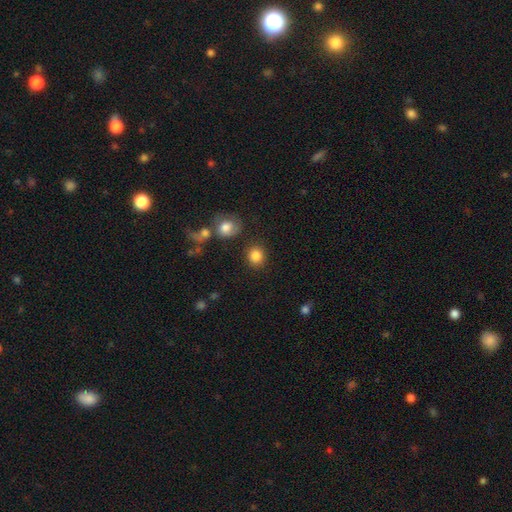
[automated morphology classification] Smooth or featured?
  - smooth: 85% *
  - star or artifact: 10%
  - featured or disk: 5%
How rounded?
  - round: 81% *
  - in between: 18%
  - cigar-shaped: 1%
Merging?
  - none: 83% *
  - minor disturbance: 8%
  - merger: 5%
  - major disturbance: 4%